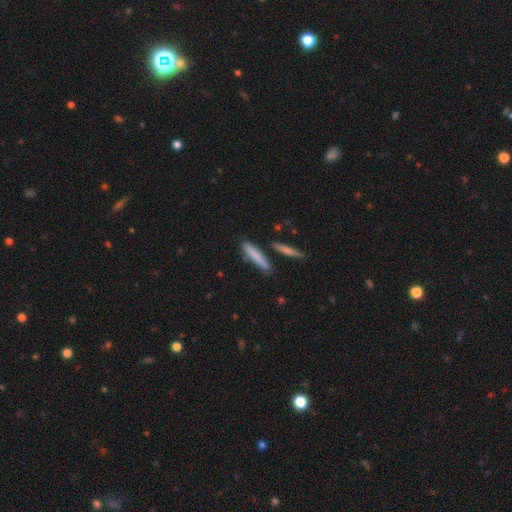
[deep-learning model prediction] This appears to be a smooth galaxy with no disk features (78%) that is cigar-shaped (88%). Merging: none (83%).